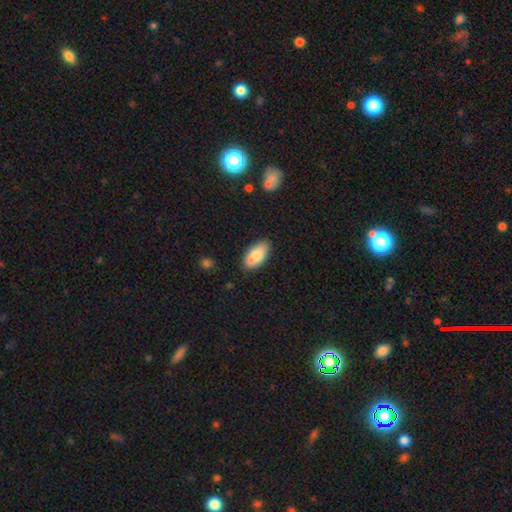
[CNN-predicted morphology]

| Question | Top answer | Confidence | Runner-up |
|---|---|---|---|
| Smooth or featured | smooth | 82% | featured or disk (12%) |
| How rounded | in between | 92% | cigar-shaped (6%) |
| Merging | none | 82% | minor disturbance (13%) |